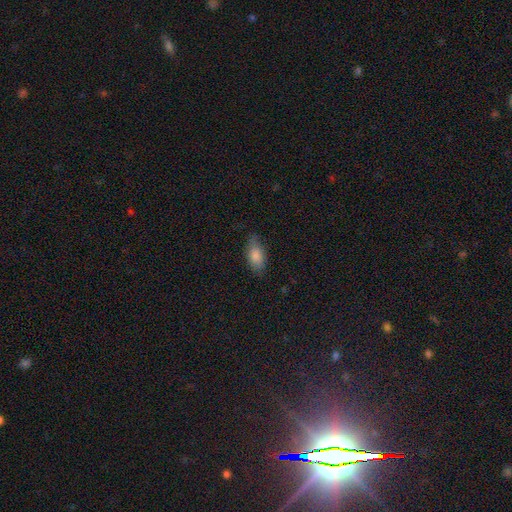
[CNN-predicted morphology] Smooth or featured? smooth (84%)
How rounded? in between (89%)
Merging? none (72%)